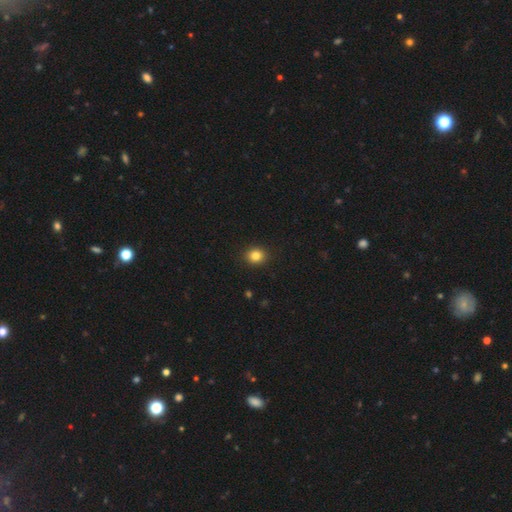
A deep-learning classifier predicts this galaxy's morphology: type=smooth (83%); roundness=round (79%); merging=none (92%).